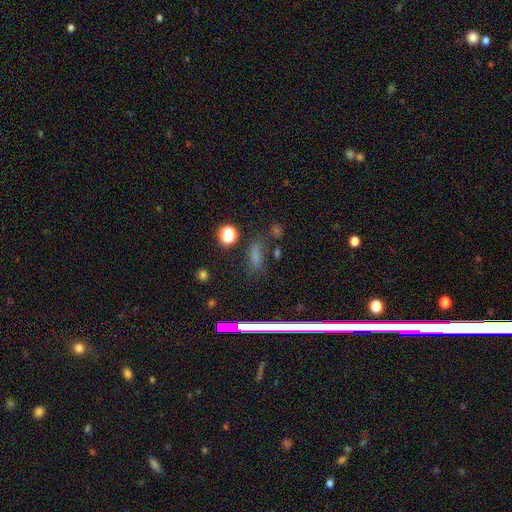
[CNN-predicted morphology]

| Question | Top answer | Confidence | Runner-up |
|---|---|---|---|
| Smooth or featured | smooth | 62% | star or artifact (27%) |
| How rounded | in between | 45% | cigar-shaped (44%) |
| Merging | none | 69% | minor disturbance (17%) |